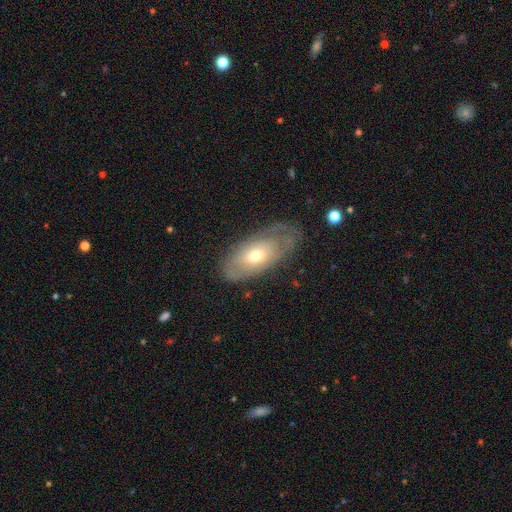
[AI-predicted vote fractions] This is possibly a featured or disk galaxy (50%). It is clearly not viewed edge-on (85%). Merging: likely none (65%).